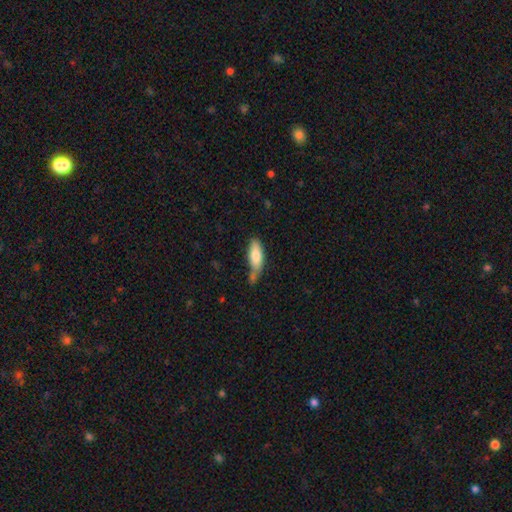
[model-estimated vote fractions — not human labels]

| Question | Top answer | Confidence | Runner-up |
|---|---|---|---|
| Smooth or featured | smooth | 78% | featured or disk (16%) |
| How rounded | in between | 63% | cigar-shaped (35%) |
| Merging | none | 43% | minor disturbance (29%) |